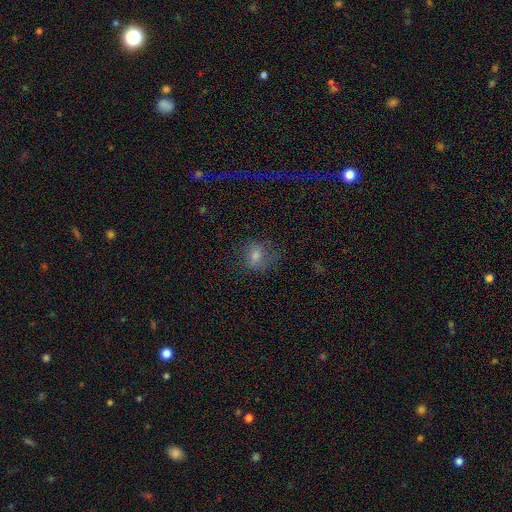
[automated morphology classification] smooth_or_featured: smooth (p=0.60) [alt: featured or disk p=0.22]
how_rounded: round (p=0.49) [alt: in between p=0.48]
merging: none (p=0.59) [alt: major disturbance p=0.19]